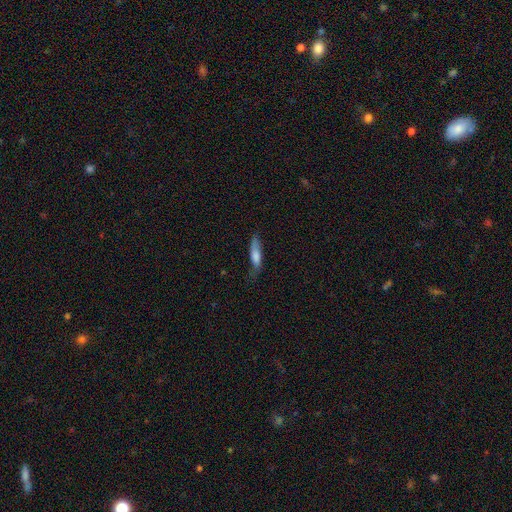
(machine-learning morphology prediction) This is likely a smooth galaxy (68%). How rounded: likely cigar-shaped (71%). Merging: likely none (61%).